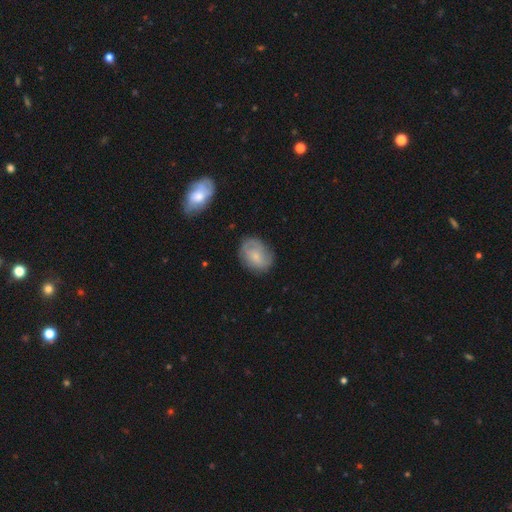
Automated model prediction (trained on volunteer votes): Q: Smooth or featured?
A: smooth (53%); runner-up: featured or disk (40%)
Q: How rounded?
A: in between (63%); runner-up: round (35%)
Q: Merging?
A: none (70%); runner-up: minor disturbance (22%)